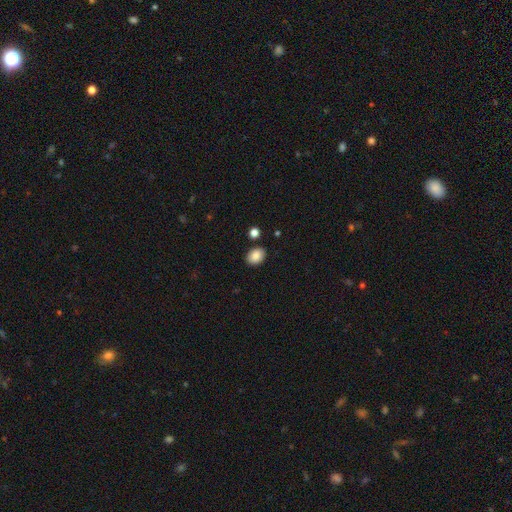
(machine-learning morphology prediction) This is clearly a smooth galaxy (86%). How rounded: likely in between (67%). Merging: clearly none (86%).